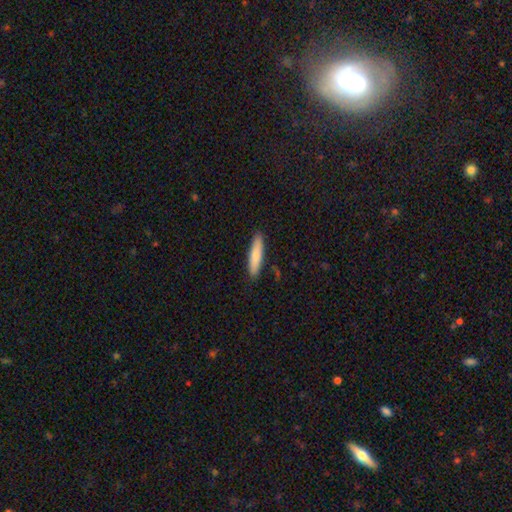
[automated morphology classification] A smooth galaxy with no disk features (76%) that is cigar-shaped (81%).

Vote fractions:
- Smooth or featured? smooth: 76% / featured or disk: 19% / star or artifact: 6%
- How rounded? cigar-shaped: 81% / in between: 18% / round: 1%
- Merging? none: 89% / minor disturbance: 8% / major disturbance: 2% / merger: 1%